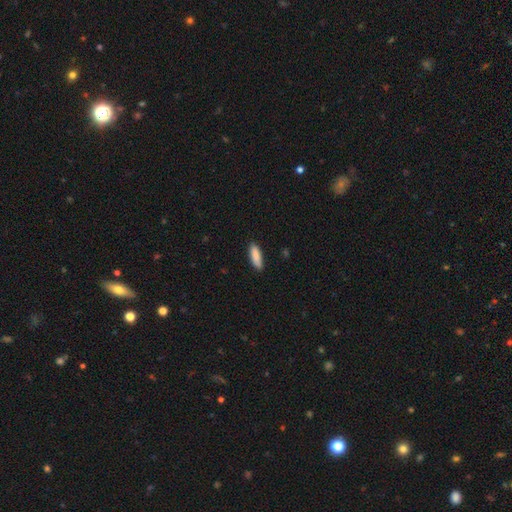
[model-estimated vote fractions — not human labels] A smooth galaxy with no disk features (88%) that is in between round and cigar-shaped (53%). Merging: none (85%).